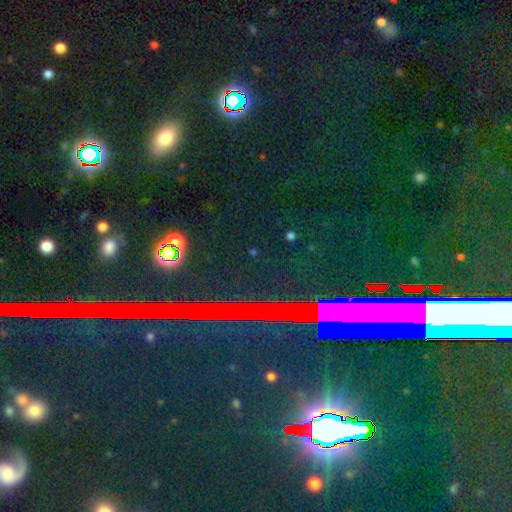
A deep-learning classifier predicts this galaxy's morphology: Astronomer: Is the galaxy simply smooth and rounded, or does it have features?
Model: star or artifact — 79%.